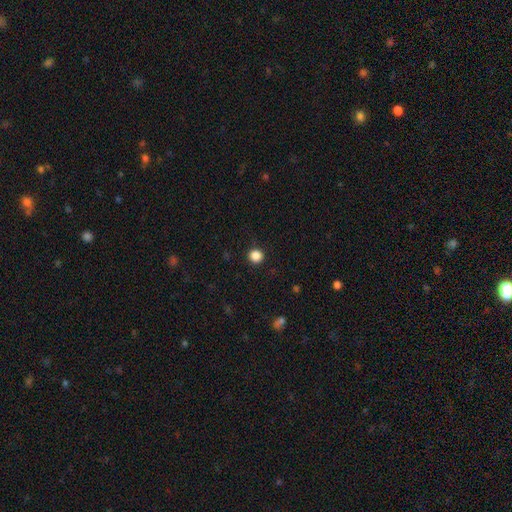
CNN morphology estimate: This is clearly a smooth galaxy (86%). How rounded: clearly round (94%). Merging: clearly none (91%).